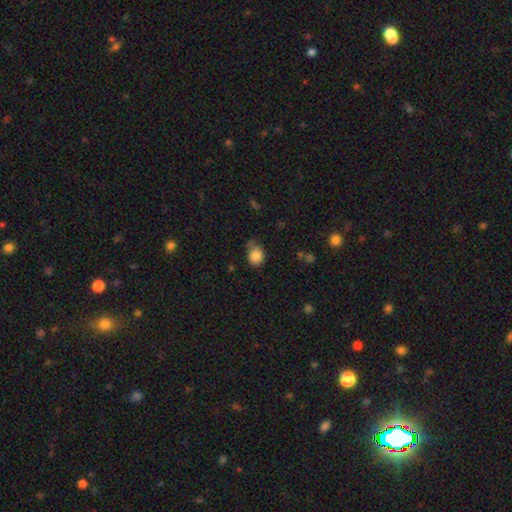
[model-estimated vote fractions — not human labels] A smooth galaxy with no disk features (84%) that is round (61%). Merging: none (56%).